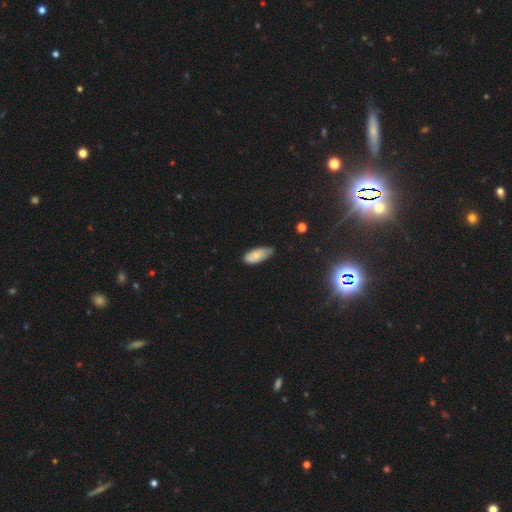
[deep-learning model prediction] This appears to be a smooth galaxy with no disk features (75%) that is in between round and cigar-shaped (84%). Merging: none (57%).